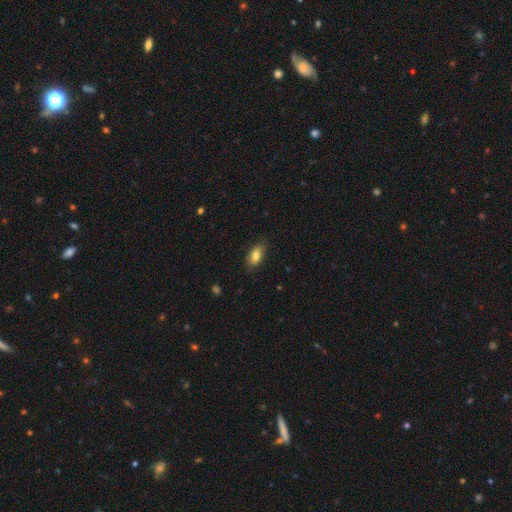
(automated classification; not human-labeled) smooth 76%, featured or disk 16%, star or artifact 7%. Down the decision tree: how rounded — in between (89%); merging — none (79%).